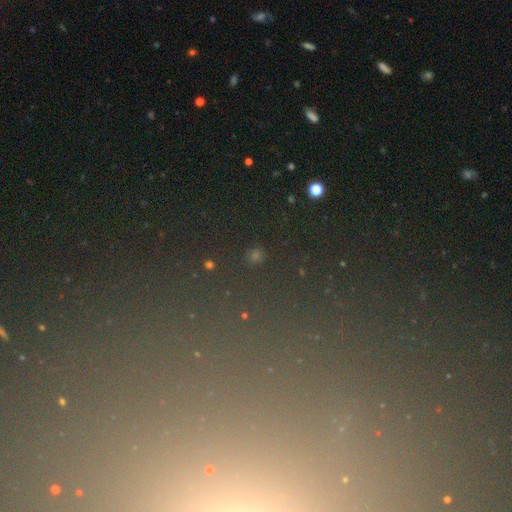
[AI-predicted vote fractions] Smooth or featured? smooth (59%)
How rounded? round (91%)
Merging? none (89%)